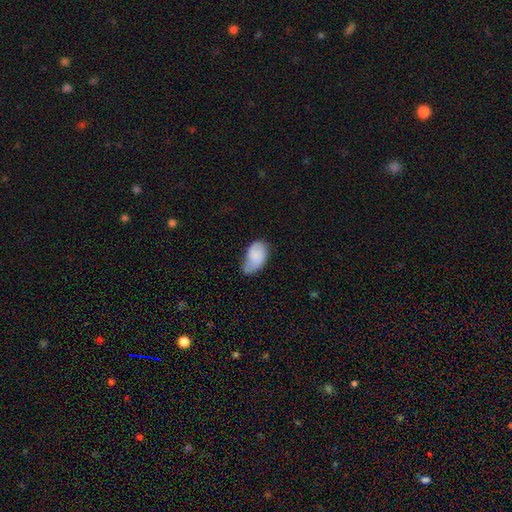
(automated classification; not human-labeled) Smooth or featured? Predicted: smooth (p=0.77). How rounded? Predicted: in between (p=0.92). Merging? Predicted: minor disturbance (p=0.46).